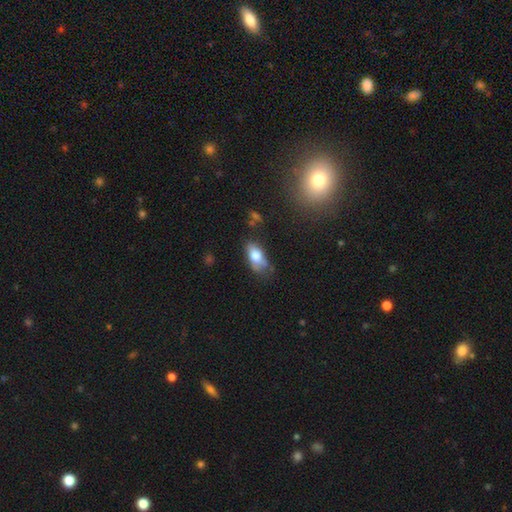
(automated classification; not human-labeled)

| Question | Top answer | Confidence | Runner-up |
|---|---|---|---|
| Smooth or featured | smooth | 70% | featured or disk (22%) |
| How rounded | in between | 89% | cigar-shaped (7%) |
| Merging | none | 50% | minor disturbance (32%) |